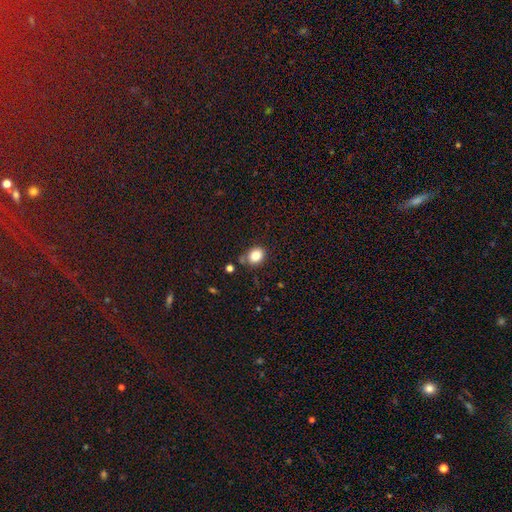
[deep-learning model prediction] This appears to be a smooth galaxy with no disk features (84%) that is in between round and cigar-shaped (55%). Merging: none (72%).